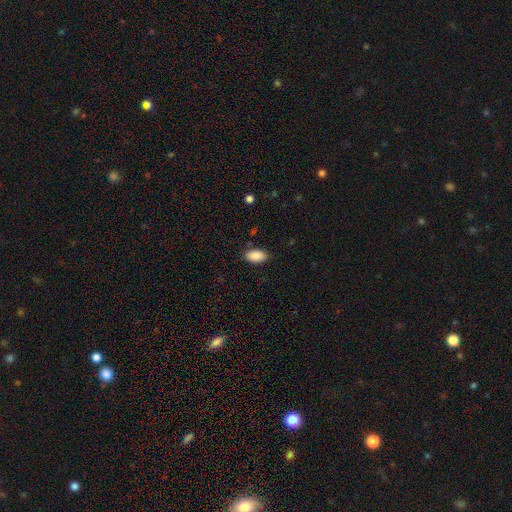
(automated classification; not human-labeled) This is clearly a smooth galaxy (88%). How rounded: clearly in between (94%). Merging: clearly none (86%).